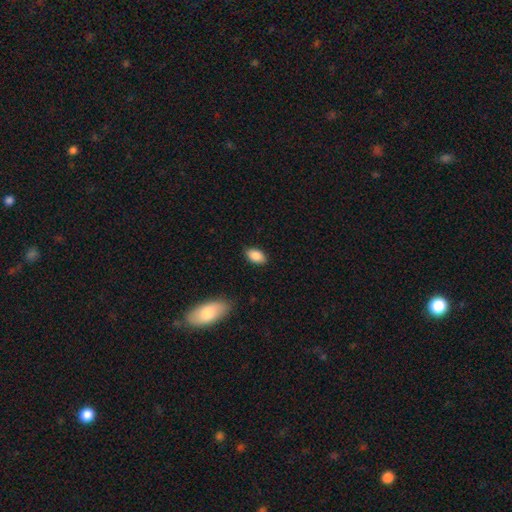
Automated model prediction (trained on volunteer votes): Q: Smooth or featured?
A: smooth (88%); runner-up: star or artifact (7%)
Q: How rounded?
A: in between (92%); runner-up: round (6%)
Q: Merging?
A: none (85%); runner-up: minor disturbance (12%)